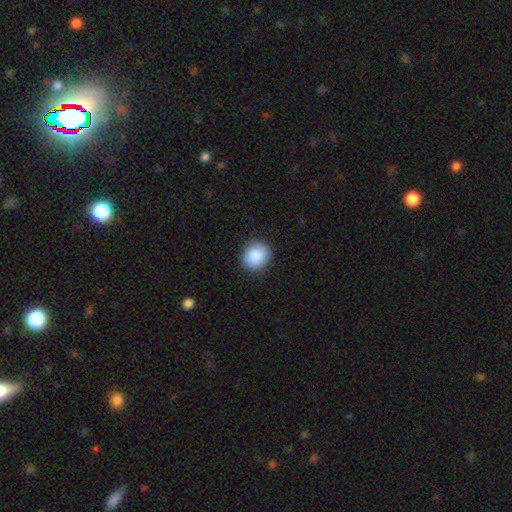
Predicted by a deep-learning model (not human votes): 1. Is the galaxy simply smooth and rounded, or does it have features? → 89% smooth, 7% star or artifact, 4% featured or disk.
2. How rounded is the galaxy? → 76% round, 23% in between, 1% cigar-shaped.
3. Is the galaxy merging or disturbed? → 90% none, 7% minor disturbance, 2% major disturbance, 1% merger.